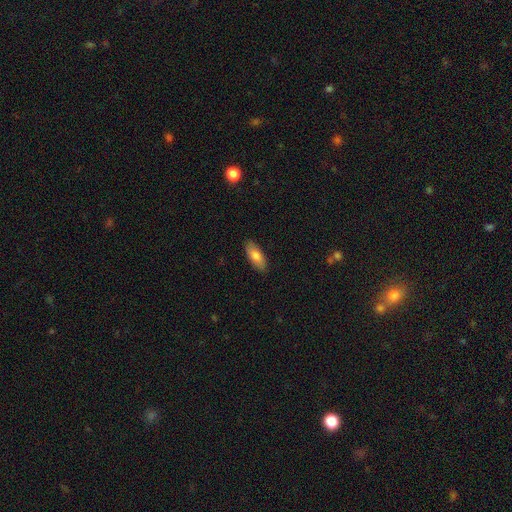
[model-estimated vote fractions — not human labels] This is likely a smooth galaxy (78%). How rounded: clearly in between (81%). Merging: clearly none (88%).